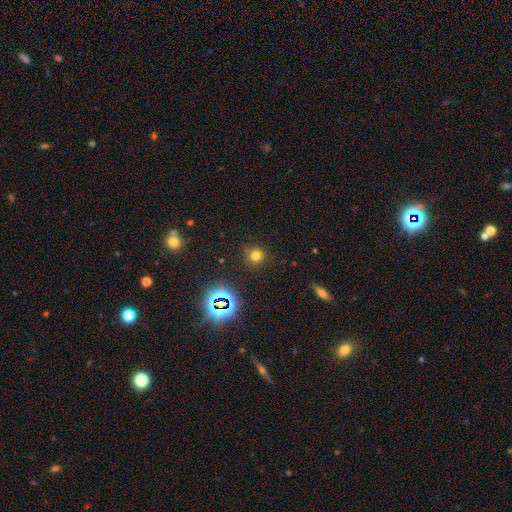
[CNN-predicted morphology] The model was most divided on "smooth or featured": smooth: 67%, star or artifact: 26%, featured or disk: 7%. More confident: how rounded — round (88%); merging — none (84%).